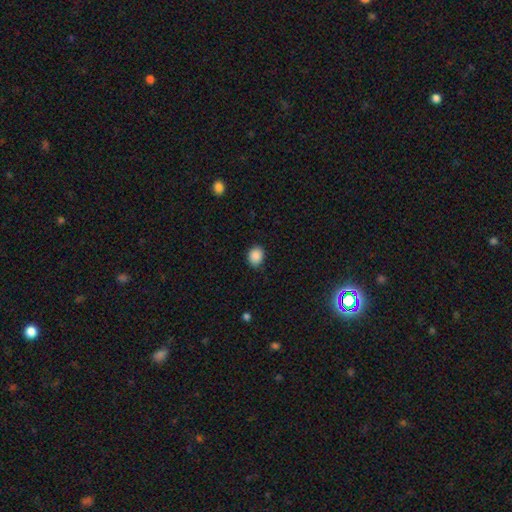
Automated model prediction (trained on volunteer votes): This appears to be a smooth galaxy with no disk features (88%) that is round (50%). Merging: none (82%).